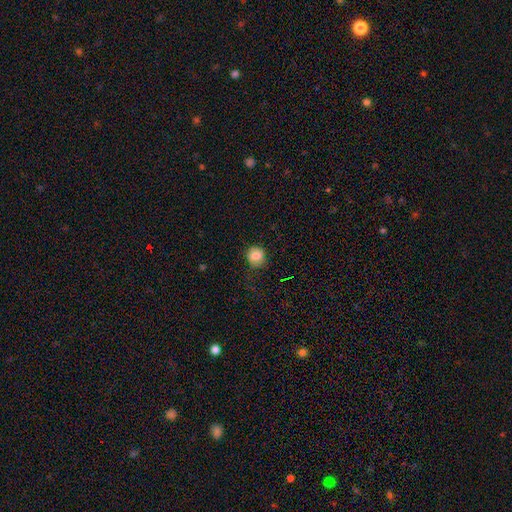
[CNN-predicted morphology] A smooth galaxy with no disk features (83%) that is round (87%).

Vote fractions:
- Smooth or featured? smooth: 83% / star or artifact: 10% / featured or disk: 7%
- How rounded? round: 87% / in between: 12% / cigar-shaped: 1%
- Merging? none: 77% / minor disturbance: 17% / major disturbance: 5% / merger: 1%